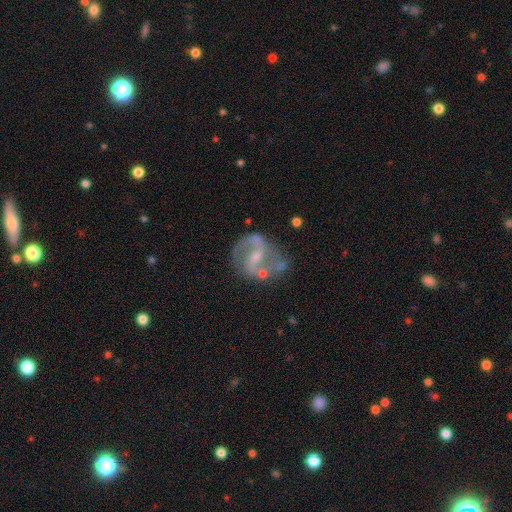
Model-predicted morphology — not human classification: This appears to be a featured or disk galaxy (84%) with a weak bar (47%), 2 (88%) medium (51%) spiral arms (92%) and a small central bulge (59%). Merging: none (60%).